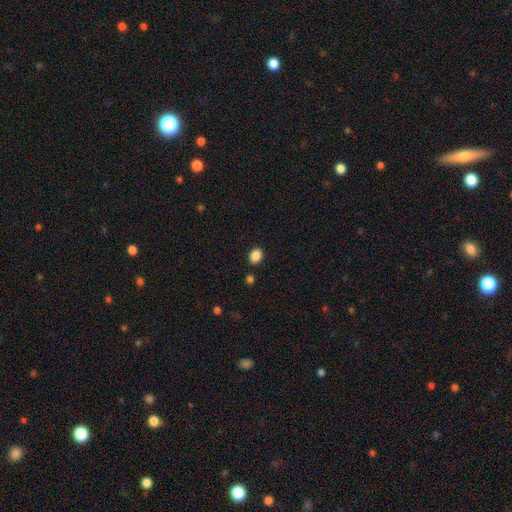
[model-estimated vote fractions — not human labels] Q: Smooth or featured?
A: smooth (87%); runner-up: star or artifact (9%)
Q: How rounded?
A: in between (62%); runner-up: round (37%)
Q: Merging?
A: none (85%); runner-up: minor disturbance (9%)